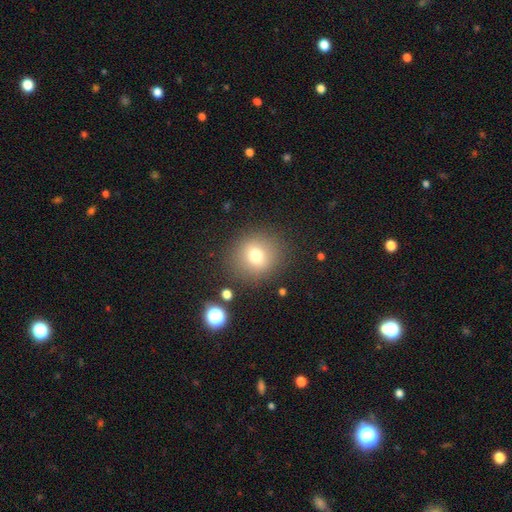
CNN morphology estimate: Overall: smooth (74%). How rounded: round (87%). Merging: none (85%).